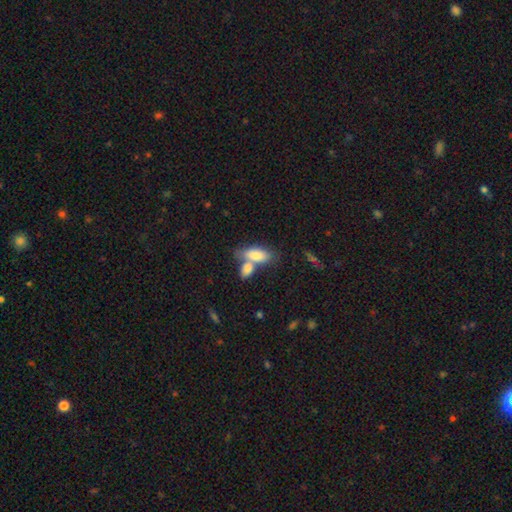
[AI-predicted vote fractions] This appears to be a smooth galaxy with no disk features (81%) that is in between round and cigar-shaped (83%). Merging: merger (52%).